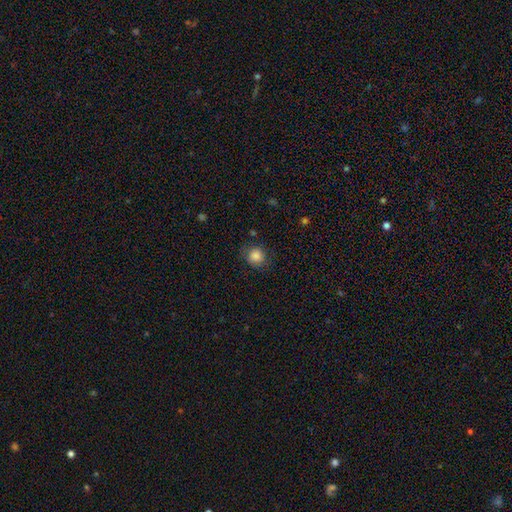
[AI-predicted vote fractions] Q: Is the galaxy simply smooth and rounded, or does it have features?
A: smooth — 84%.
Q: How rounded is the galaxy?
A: round — 84%.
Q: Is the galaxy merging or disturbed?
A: none — 76%.